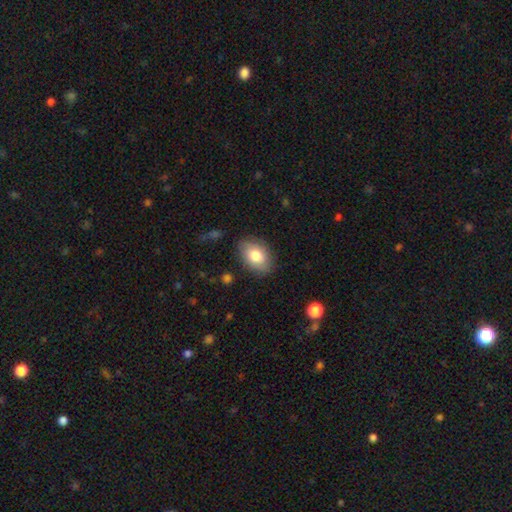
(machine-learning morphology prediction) smooth_or_featured: smooth (p=0.79) [alt: featured or disk p=0.14]
how_rounded: in between (p=0.85) [alt: round p=0.14]
merging: none (p=0.84) [alt: minor disturbance p=0.12]